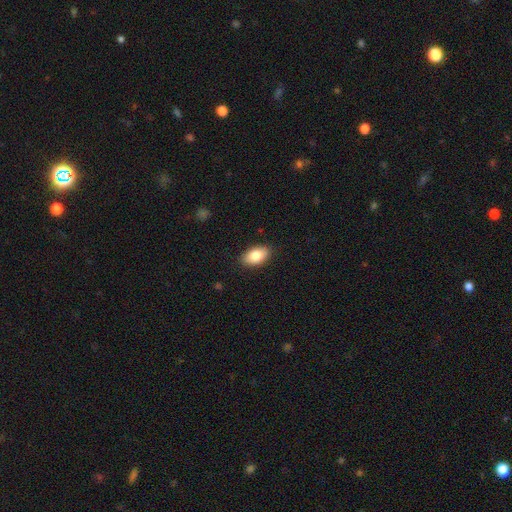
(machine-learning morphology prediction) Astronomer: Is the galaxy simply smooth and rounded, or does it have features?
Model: smooth — 83%.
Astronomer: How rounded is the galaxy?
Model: in between — 92%.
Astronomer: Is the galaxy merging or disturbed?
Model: none — 87%.